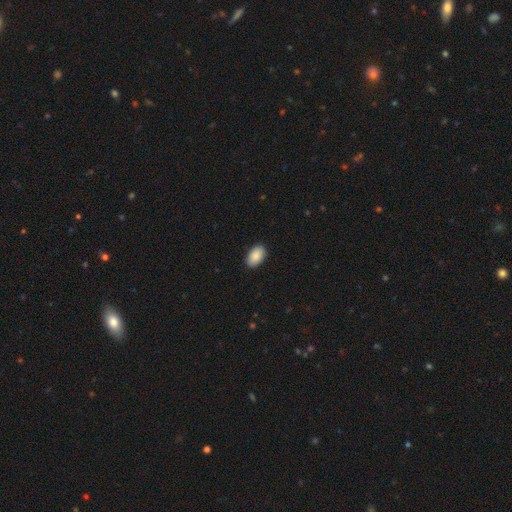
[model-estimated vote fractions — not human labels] A smooth galaxy with no disk features (90%) that is in between round and cigar-shaped (94%).

Vote fractions:
- Smooth or featured? smooth: 90% / star or artifact: 6% / featured or disk: 4%
- How rounded? in between: 94% / round: 5% / cigar-shaped: 1%
- Merging? none: 90% / minor disturbance: 7% / major disturbance: 2% / merger: 1%